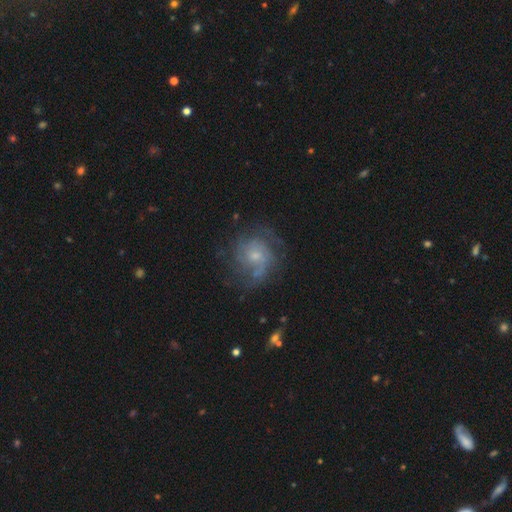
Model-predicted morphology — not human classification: A featured or disk galaxy (73%) with no bar (73%), tight (41%, tied with medium) spiral arms (88%) and a small central bulge (62%).

Vote fractions:
- Smooth or featured? featured or disk: 73% / smooth: 18% / star or artifact: 9%
- Edge-on disk? no: 98% / yes: 2%
- Bar? no: 73% / weak: 24% / strong: 3%
- Spiral arms? yes: 88% / no: 12%
- Spiral winding? tight: 41% (tied) / medium: 41% (tied) / loose: 18%
- Spiral arm count? can't tell: 38% / 2: 22% / 3: 19% / 4: 9% / 1: 7% / more than 4: 5%
- Bulge size? small: 62% / moderate: 30% / none: 5% / large: 2% / dominant: 1%
- Merging? none: 66% / minor disturbance: 19% / major disturbance: 13% / merger: 2%